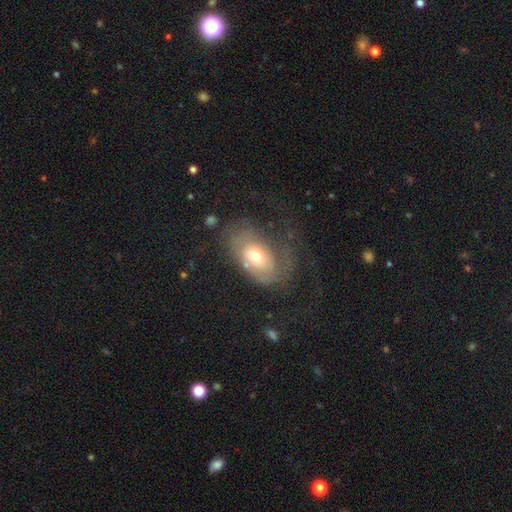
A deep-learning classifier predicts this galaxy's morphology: Overall: featured or disk (50%; smooth 41%). Edge-on disk: no (93%). Merging: none (41%; major disturbance 34%).